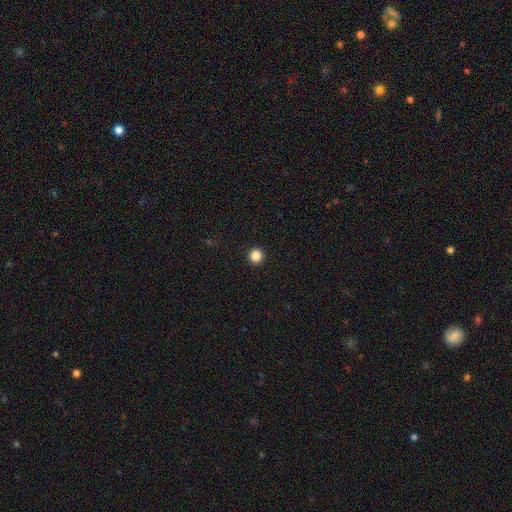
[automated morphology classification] This appears to be a smooth galaxy with no disk features (85%) that is round (96%). Merging: none (94%).